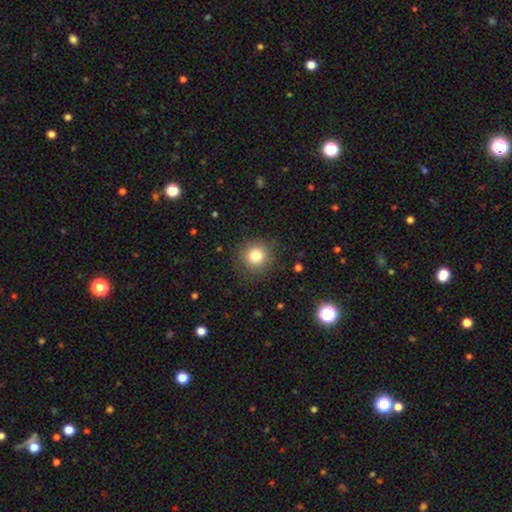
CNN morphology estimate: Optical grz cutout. It shows a smooth galaxy with no disk features (81%) that is round (94%). Merging: none (88%).